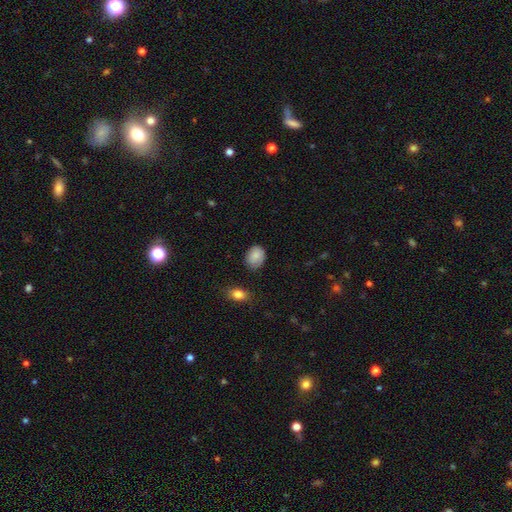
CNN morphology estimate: type=smooth (86%); roundness=in between (57%); merging=none (74%).